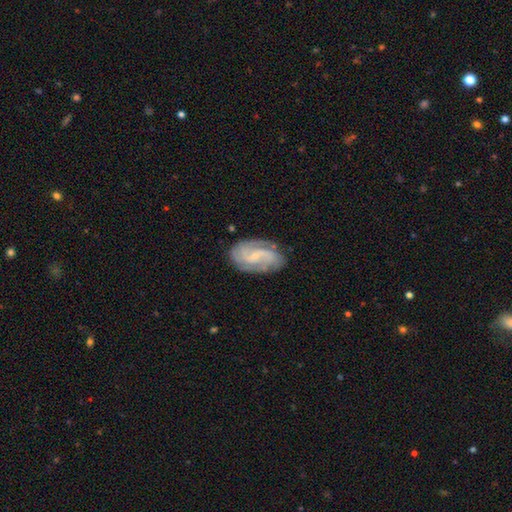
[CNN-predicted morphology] smooth-or-featured: featured or disk: 83% | smooth: 11% | star or artifact: 6%
  disk-edge-on: no: 97% | yes: 3%
    bar: weak: 48% | no: 40% | strong: 12%
    has-spiral-arms: yes: 96% | no: 4%
      spiral-winding: medium: 44% | tight: 41% | loose: 15%
      spiral-arm-count: 2: 49% | 3: 20% | can't tell: 16% | 4: 6% | 1: 4% | more than 4: 4%
    bulge-size: small: 68% | moderate: 16% | none: 14% | large: 1% | dominant: 1%
  merging: none: 77% | minor disturbance: 16% | major disturbance: 5% | merger: 1%